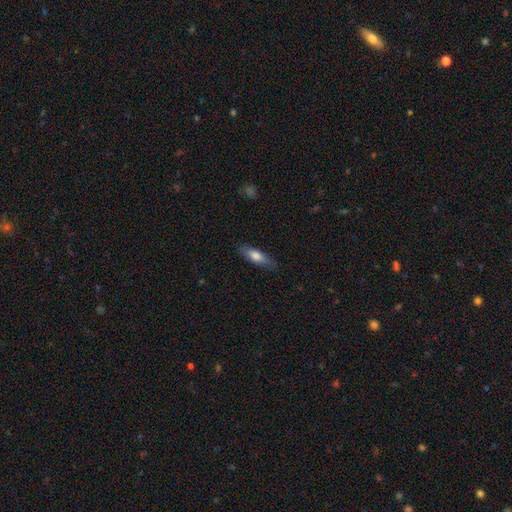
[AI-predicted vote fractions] smooth 72%, featured or disk 22%, star or artifact 6%. Down the decision tree: how rounded — cigar-shaped (50%); merging — none (81%).